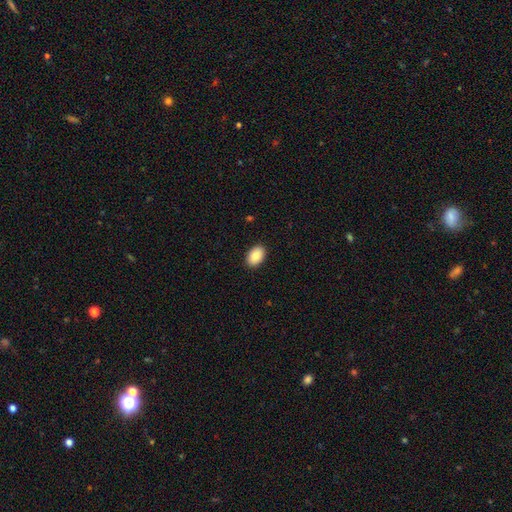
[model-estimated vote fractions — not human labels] smooth_or_featured: smooth (p=0.89) [alt: star or artifact p=0.07]
how_rounded: in between (p=0.90) [alt: round p=0.09]
merging: none (p=0.90) [alt: minor disturbance p=0.07]